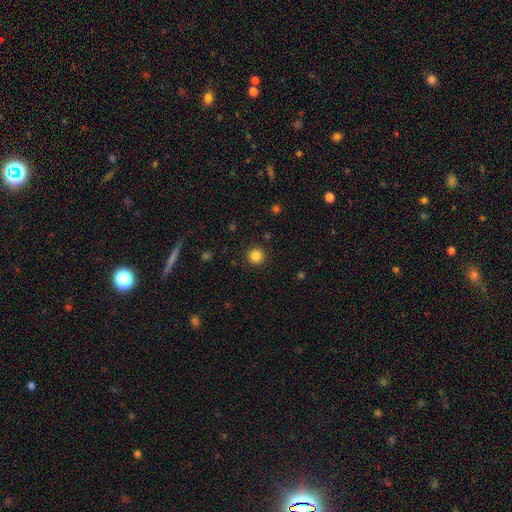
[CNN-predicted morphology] A smooth galaxy with no disk features (85%) that is round (95%). Merging: none (92%).